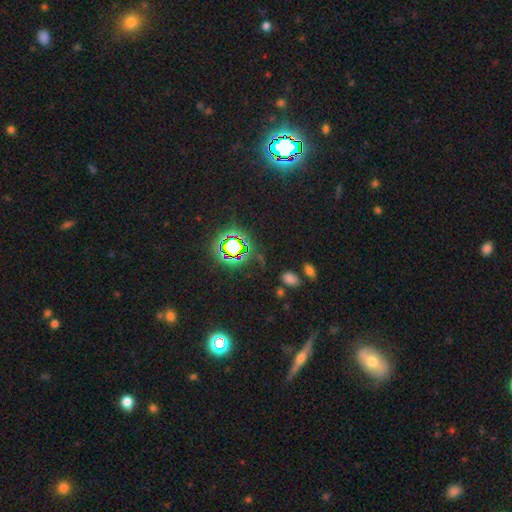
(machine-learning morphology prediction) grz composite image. It shows a star or artifact, not a galaxy (71%).